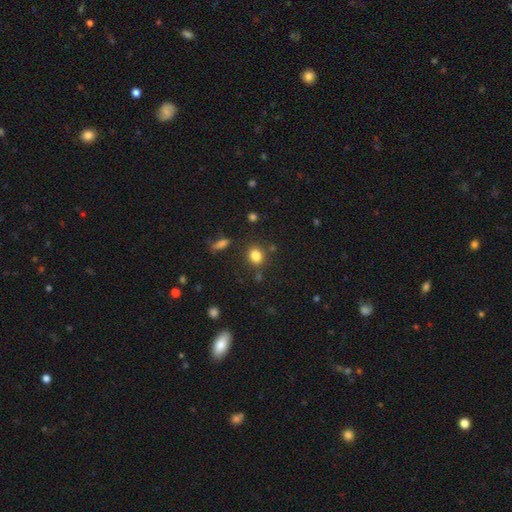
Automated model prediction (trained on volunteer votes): Smooth or featured?
  - smooth: 83% *
  - star or artifact: 11%
  - featured or disk: 6%
How rounded?
  - round: 61% *
  - in between: 37%
  - cigar-shaped: 1%
Merging?
  - none: 82% *
  - minor disturbance: 10%
  - merger: 4%
  - major disturbance: 3%